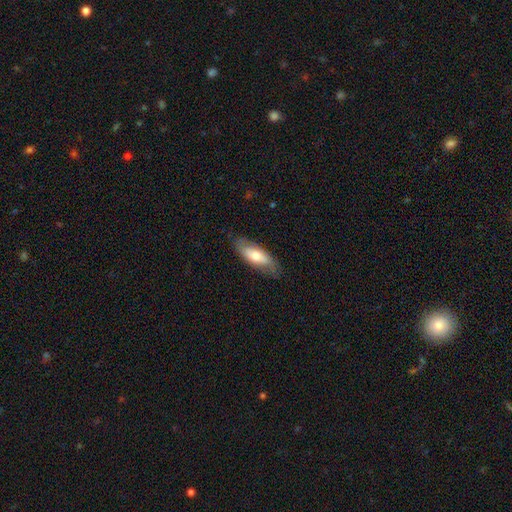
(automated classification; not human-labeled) The model was most divided on "smooth or featured": smooth: 61%, featured or disk: 33%, star or artifact: 6%. More confident: merging — none (78%); how rounded — in between (70%).